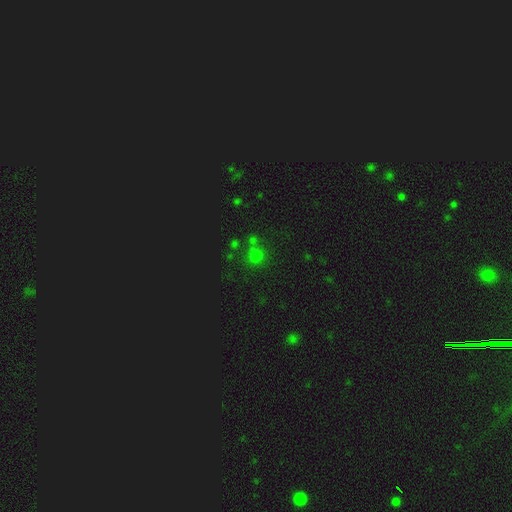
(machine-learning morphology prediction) smooth 62%, star or artifact 31%, featured or disk 7%. Down the decision tree: how rounded — round (88%); merging — none (64%).